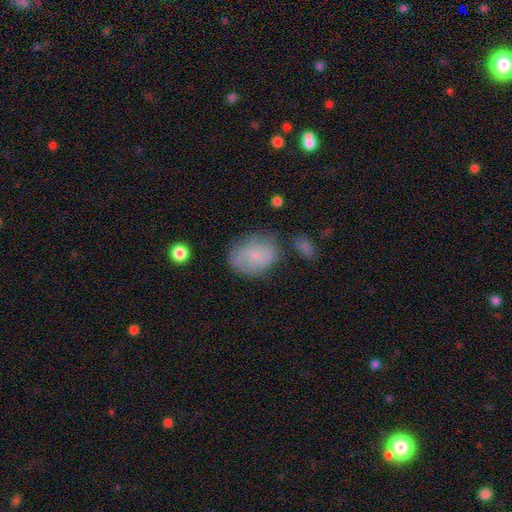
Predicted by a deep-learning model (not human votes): Smooth or featured?
  - smooth: 54% *
  - featured or disk: 37%
  - star or artifact: 9%
How rounded?
  - in between: 56% *
  - round: 42%
  - cigar-shaped: 1%
Merging?
  - none: 58% *
  - minor disturbance: 25%
  - major disturbance: 11%
  - merger: 6%